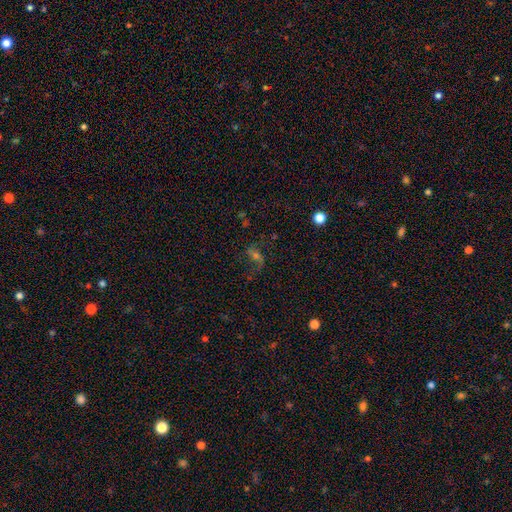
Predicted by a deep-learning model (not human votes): The model was most divided on "bar": no: 41%, weak: 40%, strong: 19%. Remaining: edge-on disk — no (95%); spiral arms — yes (90%); spiral arm count — 2 (82%); spiral winding — loose (74%); smooth or featured — featured or disk (65%); merging — none (63%); bulge size — moderate (44%).